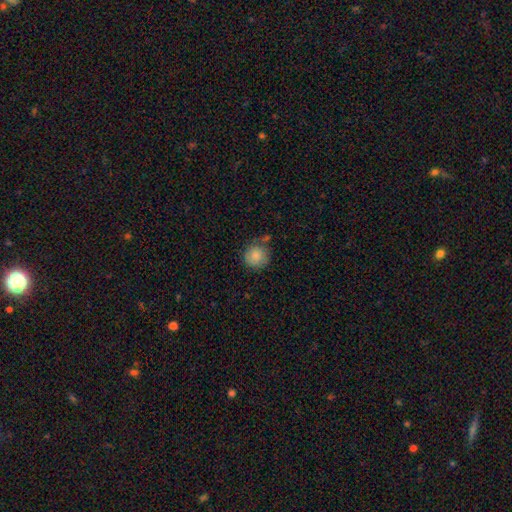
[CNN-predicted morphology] A smooth galaxy with no disk features (85%) that is round (91%).

Vote fractions:
- Smooth or featured? smooth: 85% / star or artifact: 8% / featured or disk: 7%
- How rounded? round: 91% / in between: 8% / cigar-shaped: 1%
- Merging? none: 68% / minor disturbance: 20% / merger: 7% / major disturbance: 6%